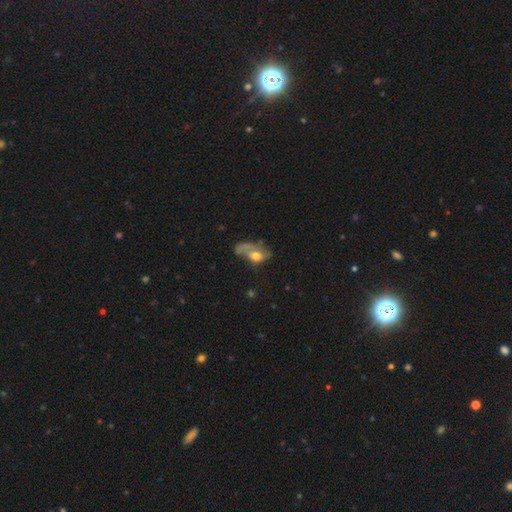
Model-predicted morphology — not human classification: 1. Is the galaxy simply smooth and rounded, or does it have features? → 52% smooth, 39% featured or disk, 10% star or artifact.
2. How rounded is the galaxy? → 81% in between, 14% round, 5% cigar-shaped.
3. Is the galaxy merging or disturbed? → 46% major disturbance, 22% none, 21% minor disturbance, 11% merger.